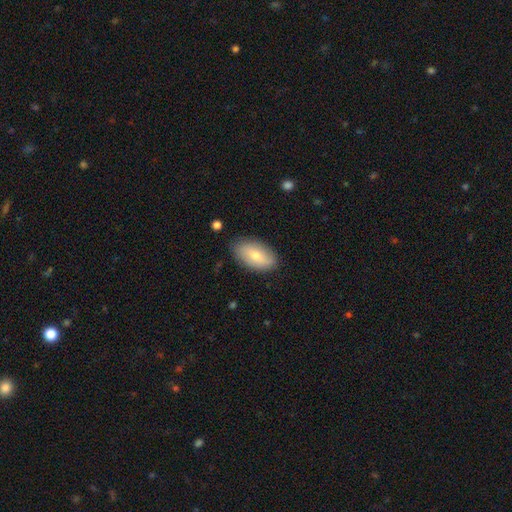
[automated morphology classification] smooth 66%, featured or disk 27%, star or artifact 7%. Down the decision tree: how rounded — in between (93%); merging — none (84%).